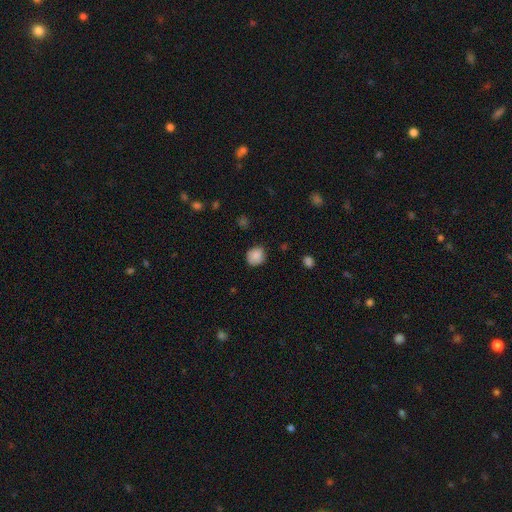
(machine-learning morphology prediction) Q: Smooth or featured?
A: smooth (86%); runner-up: star or artifact (8%)
Q: How rounded?
A: round (82%); runner-up: in between (17%)
Q: Merging?
A: none (78%); runner-up: minor disturbance (17%)